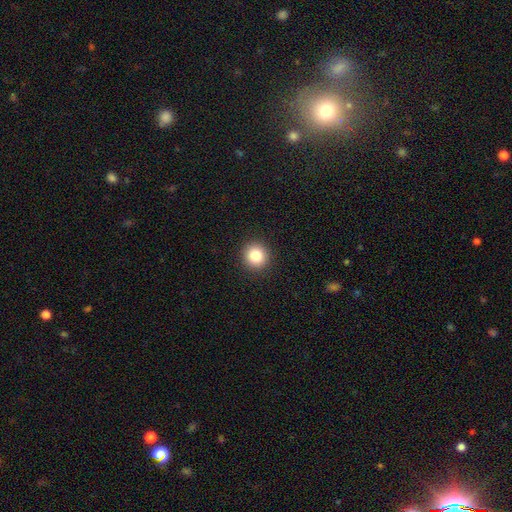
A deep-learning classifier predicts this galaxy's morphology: Q: Smooth or featured?
A: smooth (84%); runner-up: star or artifact (11%)
Q: How rounded?
A: round (93%); runner-up: in between (6%)
Q: Merging?
A: none (93%); runner-up: minor disturbance (5%)